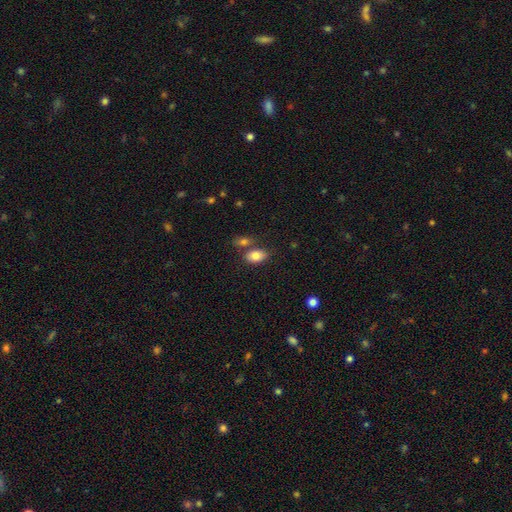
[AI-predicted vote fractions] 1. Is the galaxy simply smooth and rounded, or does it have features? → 84% smooth, 8% featured or disk, 8% star or artifact.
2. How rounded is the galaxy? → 87% in between, 11% round, 2% cigar-shaped.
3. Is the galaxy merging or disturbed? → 62% none, 22% merger, 12% minor disturbance, 4% major disturbance.